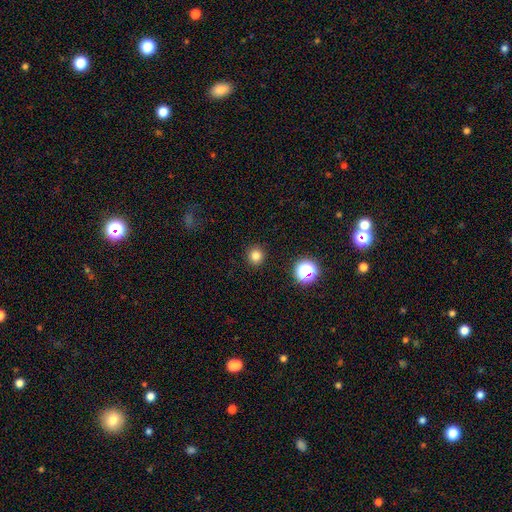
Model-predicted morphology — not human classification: A smooth galaxy with no disk features (79%) that is round (94%).

Vote fractions:
- Smooth or featured? smooth: 79% / star or artifact: 16% / featured or disk: 5%
- How rounded? round: 94% / in between: 5% / cigar-shaped: 1%
- Merging? none: 92% / minor disturbance: 5% / major disturbance: 2% / merger: 1%